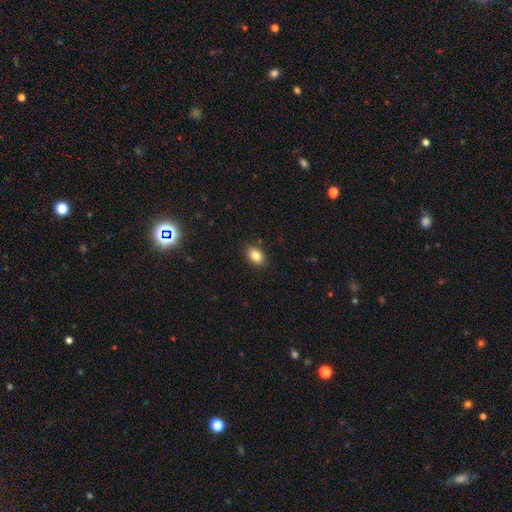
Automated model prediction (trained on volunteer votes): smooth 84%, star or artifact 9%, featured or disk 7%. Down the decision tree: how rounded — in between (80%); merging — none (87%).